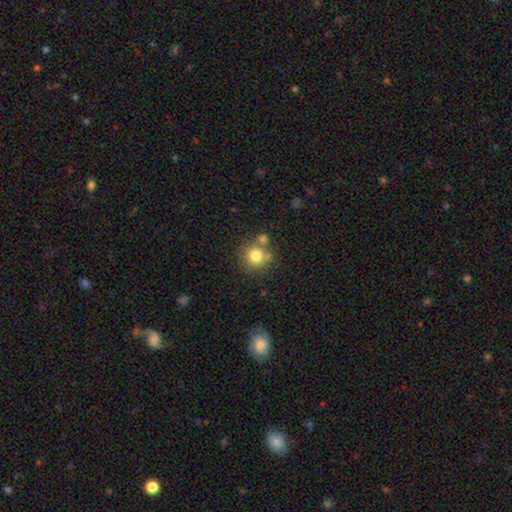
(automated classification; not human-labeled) smooth 78%, star or artifact 12%, featured or disk 10%. Down the decision tree: how rounded — round (92%); merging — none (68%).